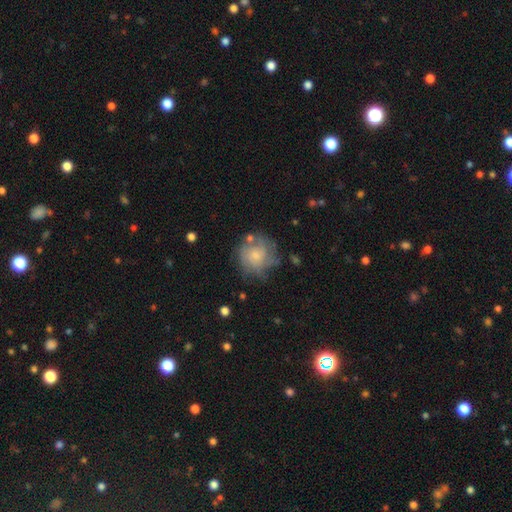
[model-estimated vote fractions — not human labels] smooth 49%, featured or disk 42%, star or artifact 9%. Down the decision tree: merging — none (58%).